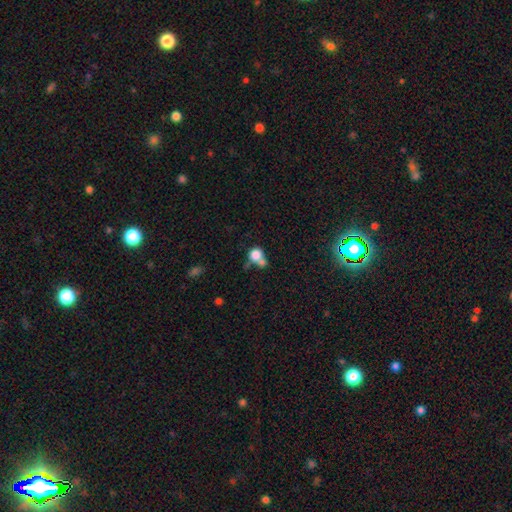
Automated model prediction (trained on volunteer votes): A smooth galaxy with no disk features (79%) that is round (79%). Merging: merger (49%).